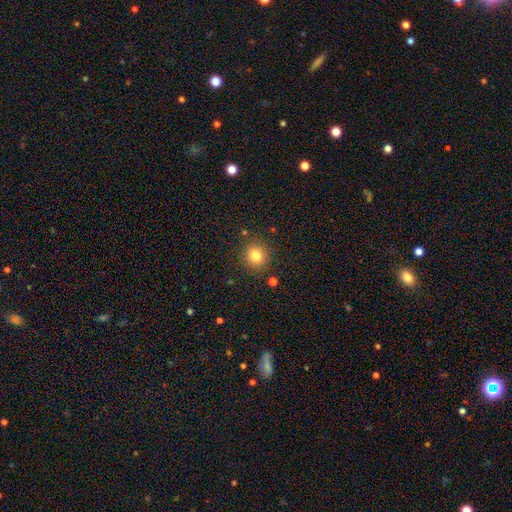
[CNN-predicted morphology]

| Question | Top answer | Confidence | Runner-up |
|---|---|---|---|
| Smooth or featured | smooth | 80% | star or artifact (13%) |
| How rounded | round | 90% | in between (9%) |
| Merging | none | 87% | minor disturbance (8%) |